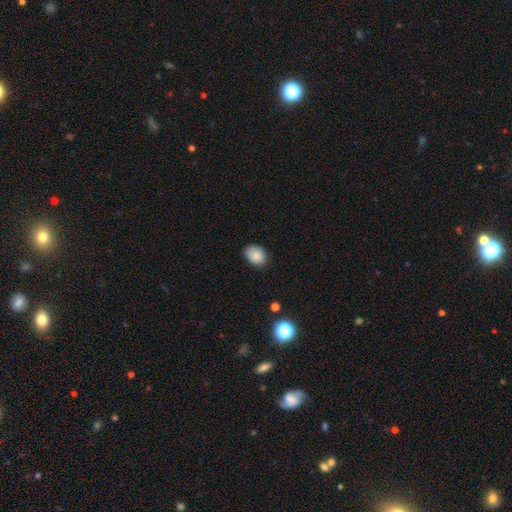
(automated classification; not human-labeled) Overall: smooth (86%). How rounded: in between (65%; round 34%). Merging: none (81%).